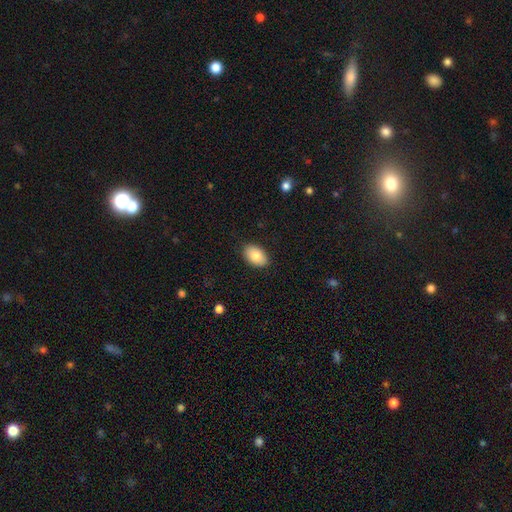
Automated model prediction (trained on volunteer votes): The model was most divided on "smooth or featured": smooth: 81%, featured or disk: 12%, star or artifact: 7%. More confident: how rounded — in between (90%); merging — none (87%).